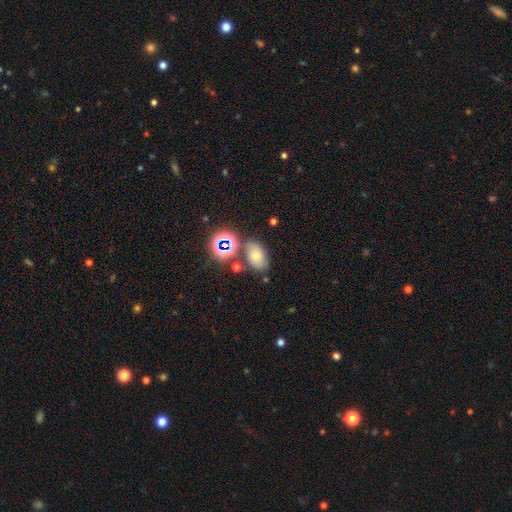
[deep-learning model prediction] Smooth or featured? Predicted: smooth (p=0.50). Merging? Predicted: none (p=0.72).